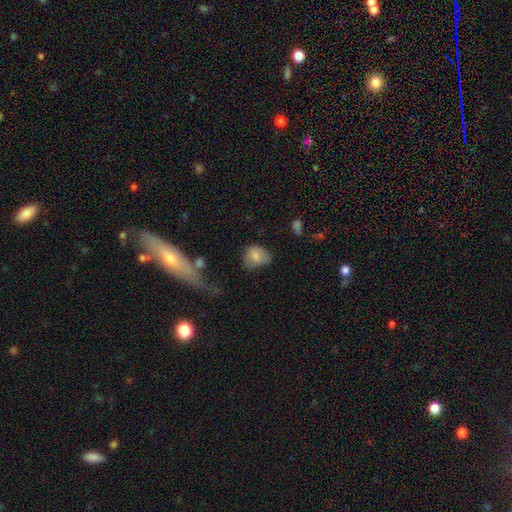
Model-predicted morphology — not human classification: type=smooth (79%); roundness=round (49%, tied with in between); merging=none (40%).